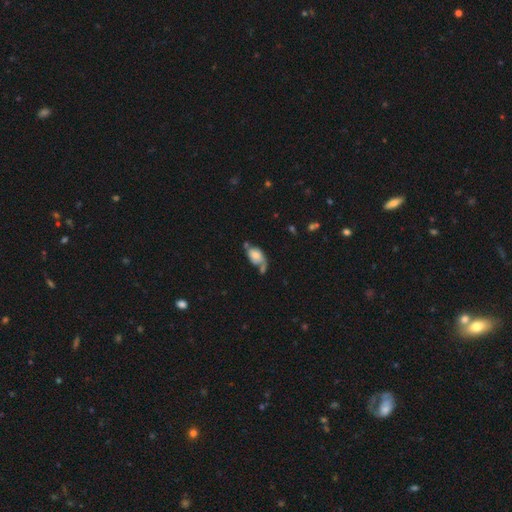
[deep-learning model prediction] Smooth or featured: smooth — 57% (featured or disk — 35%)
How rounded: in between — 87% (round — 10%)
Merging: none — 30% (merger — 26%)